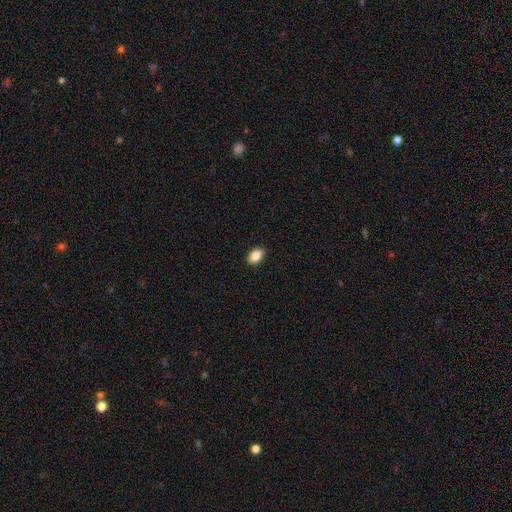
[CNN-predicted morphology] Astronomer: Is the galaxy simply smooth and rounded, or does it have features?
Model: smooth — 87%.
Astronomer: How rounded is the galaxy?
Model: in between — 86%.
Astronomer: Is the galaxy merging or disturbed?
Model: none — 90%.